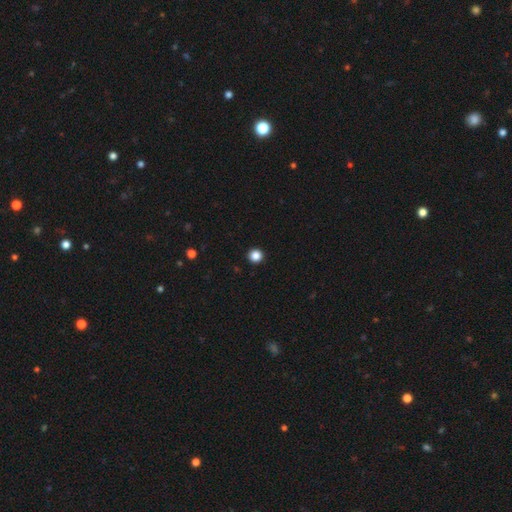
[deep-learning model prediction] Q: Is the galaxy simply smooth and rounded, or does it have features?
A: smooth — 86%.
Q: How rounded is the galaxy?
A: round — 96%.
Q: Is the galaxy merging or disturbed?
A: none — 94%.